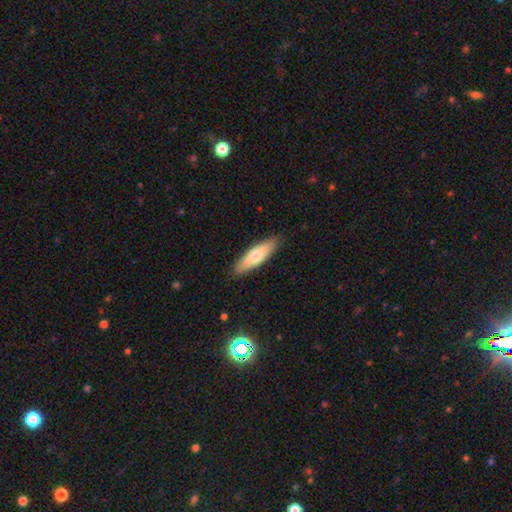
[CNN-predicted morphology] Smooth or featured?
  - smooth: 67% *
  - featured or disk: 27%
  - star or artifact: 5%
How rounded?
  - cigar-shaped: 62% *
  - in between: 36%
  - round: 2%
Merging?
  - none: 89% *
  - minor disturbance: 8%
  - major disturbance: 2%
  - merger: 1%